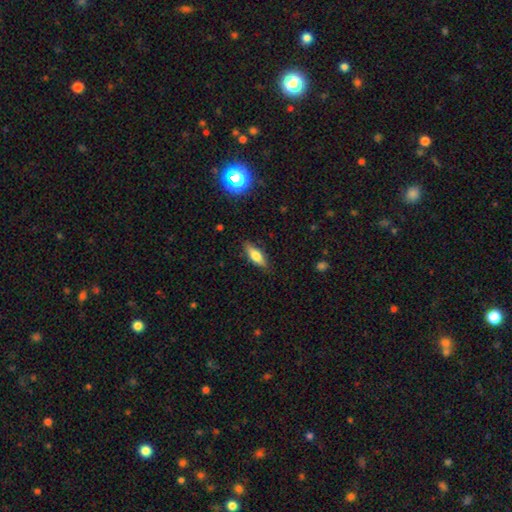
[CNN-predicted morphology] A smooth galaxy with no disk features (66%) that is in between round and cigar-shaped (59%). Merging: none (84%).